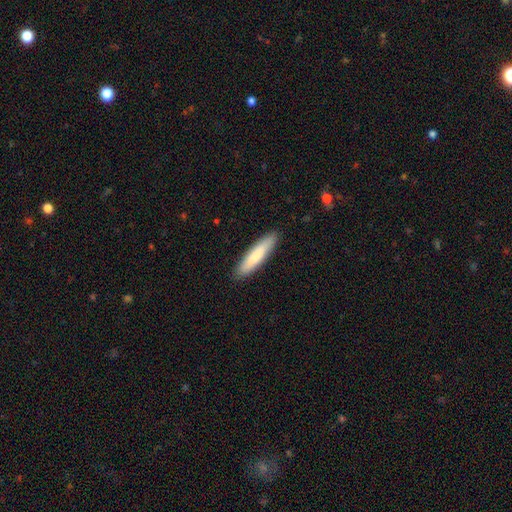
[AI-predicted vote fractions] Smooth or featured: smooth — 79% (featured or disk — 16%)
How rounded: cigar-shaped — 84% (in between — 15%)
Merging: none — 90% (minor disturbance — 8%)